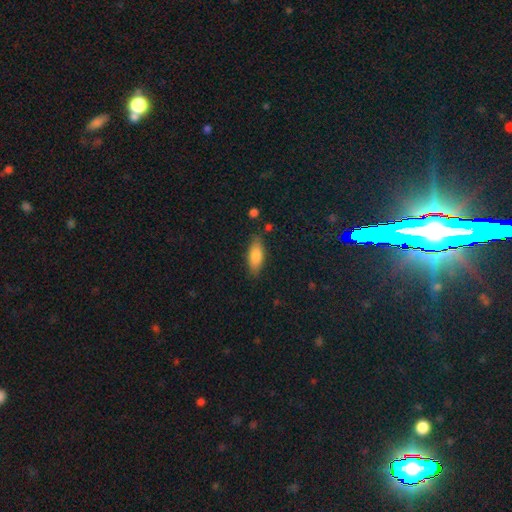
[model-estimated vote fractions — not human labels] Smooth or featured?
  - smooth: 80% *
  - featured or disk: 13%
  - star or artifact: 7%
How rounded?
  - in between: 74% *
  - cigar-shaped: 24%
  - round: 2%
Merging?
  - none: 81% *
  - minor disturbance: 14%
  - major disturbance: 3%
  - merger: 2%